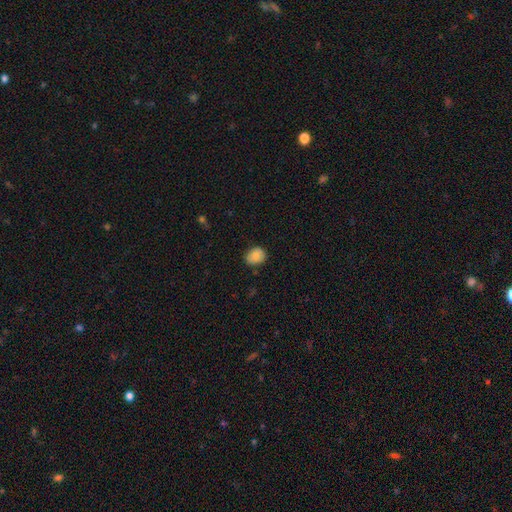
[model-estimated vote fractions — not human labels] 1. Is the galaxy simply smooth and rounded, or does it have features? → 83% smooth, 9% featured or disk, 8% star or artifact.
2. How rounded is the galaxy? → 55% round, 44% in between, 1% cigar-shaped.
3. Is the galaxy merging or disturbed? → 80% none, 16% minor disturbance, 3% major disturbance, 1% merger.